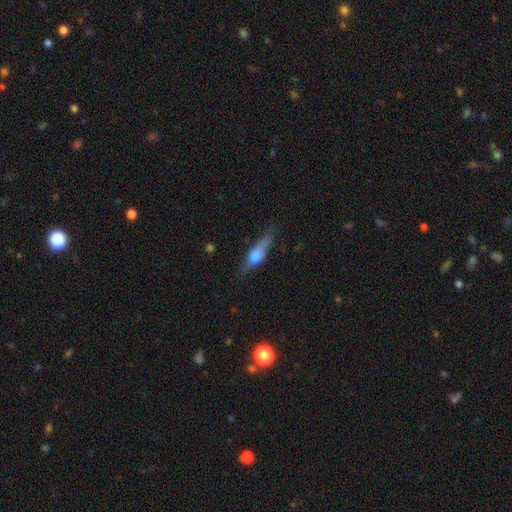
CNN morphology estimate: Q: Smooth or featured?
A: smooth (57%); runner-up: featured or disk (35%)
Q: How rounded?
A: cigar-shaped (54%); runner-up: in between (42%)
Q: Merging?
A: none (57%); runner-up: minor disturbance (28%)